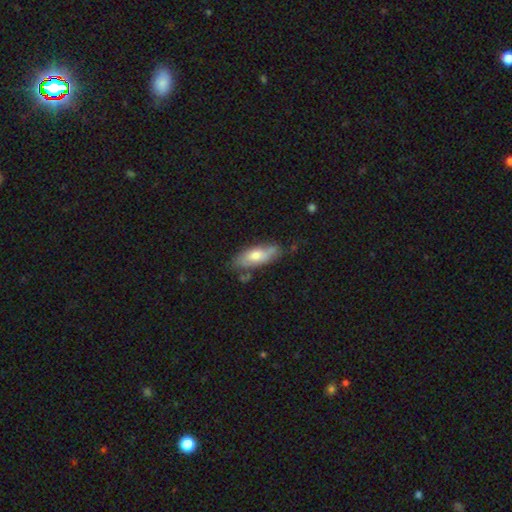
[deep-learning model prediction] Morphology: type=smooth (59%); roundness=in between (72%); merging=none (62%).